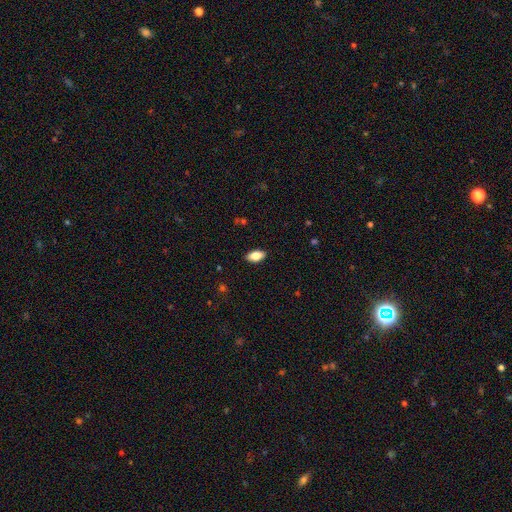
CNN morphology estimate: The model was most divided on "smooth or featured": smooth: 82%, featured or disk: 10%, star or artifact: 7%. More confident: how rounded — in between (92%); merging — none (89%).